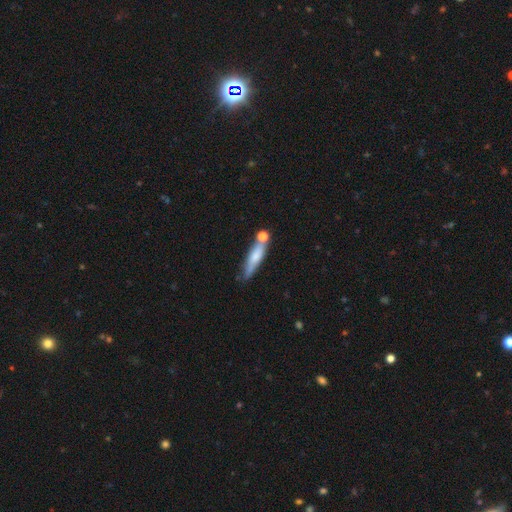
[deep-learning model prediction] Morphology: type=smooth (63%); roundness=cigar-shaped (76%); merging=none (57%).